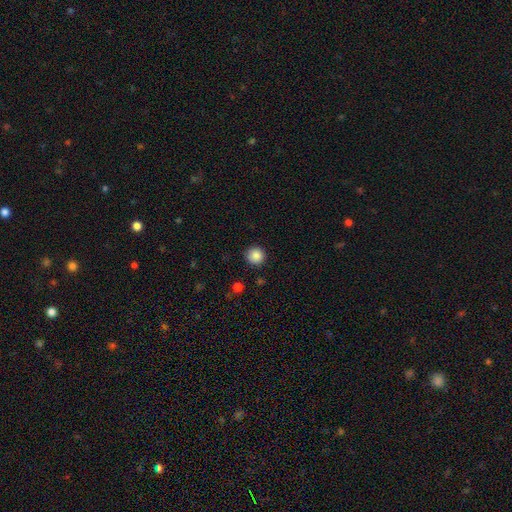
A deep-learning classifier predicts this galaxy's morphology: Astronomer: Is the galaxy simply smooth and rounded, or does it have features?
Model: smooth — 87%.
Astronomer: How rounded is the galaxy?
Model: round — 94%.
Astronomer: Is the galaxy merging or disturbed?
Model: none — 91%.